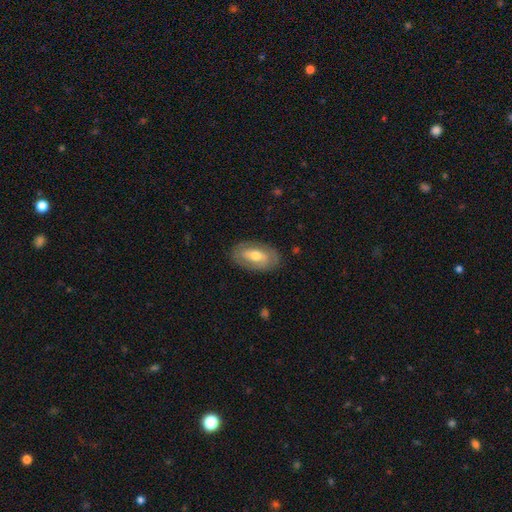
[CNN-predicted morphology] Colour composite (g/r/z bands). It shows a smooth galaxy with no disk features (50%). Merging: none (82%).